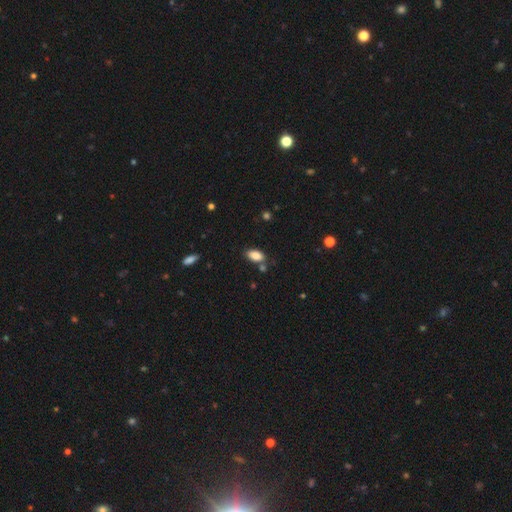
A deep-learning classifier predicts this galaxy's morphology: A smooth galaxy with no disk features (86%) that is in between round and cigar-shaped (92%).

Vote fractions:
- Smooth or featured? smooth: 86% / star or artifact: 8% / featured or disk: 6%
- How rounded? in between: 92% / round: 4% / cigar-shaped: 4%
- Merging? none: 74% / minor disturbance: 13% / merger: 9% / major disturbance: 3%